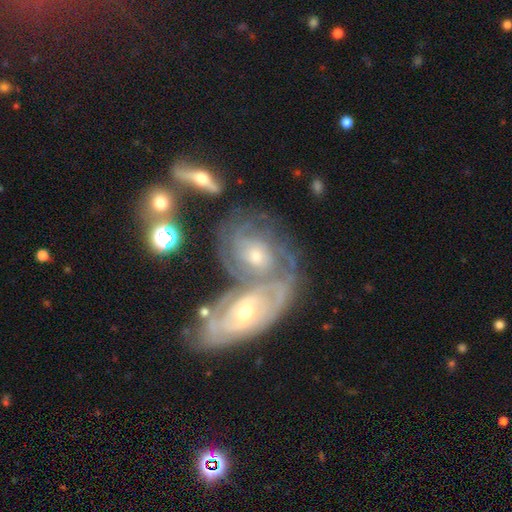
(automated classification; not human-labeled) Morphology: type=featured or disk (83%); edge-on=no (95%); bar=no (71%); spiral arms=yes (93%); winding=tight (69%); arm count=can't tell (36%); bulge=small (57%); merging=merger (58%).